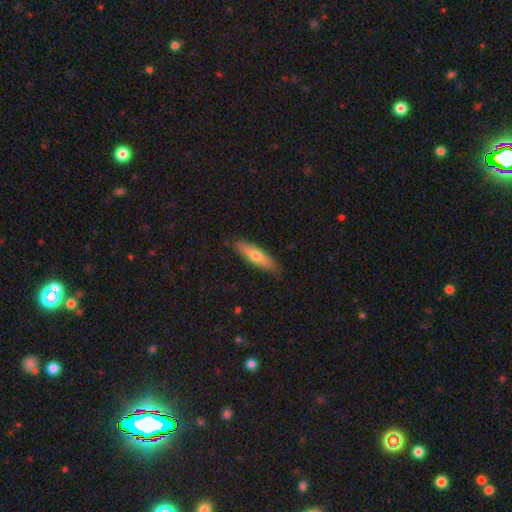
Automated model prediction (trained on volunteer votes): This is possibly a smooth galaxy (59%). How rounded: likely cigar-shaped (70%). Merging: clearly none (83%).